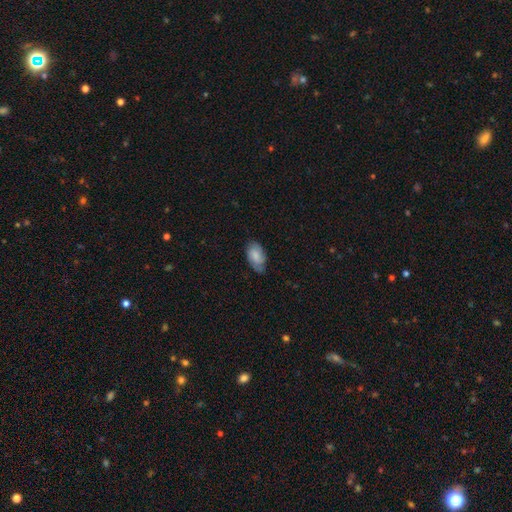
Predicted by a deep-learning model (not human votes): smooth-or-featured: smooth: 62% | featured or disk: 31% | star or artifact: 7%
  how-rounded: in between: 93% | round: 5% | cigar-shaped: 2%
  merging: none: 66% | minor disturbance: 26% | major disturbance: 6% | merger: 1%